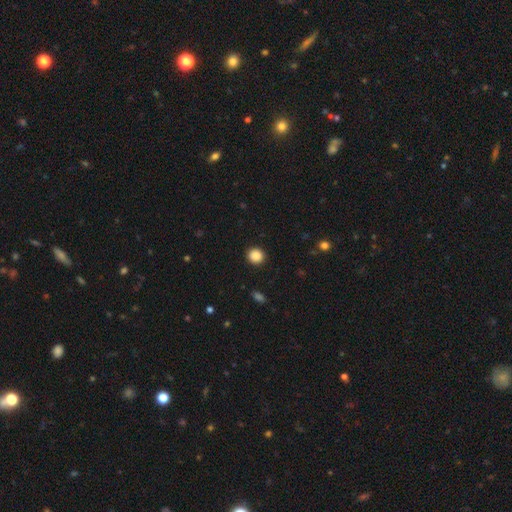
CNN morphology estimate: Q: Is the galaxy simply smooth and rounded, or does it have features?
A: smooth — 88%.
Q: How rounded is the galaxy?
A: round — 90%.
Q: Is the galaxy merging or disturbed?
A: none — 92%.